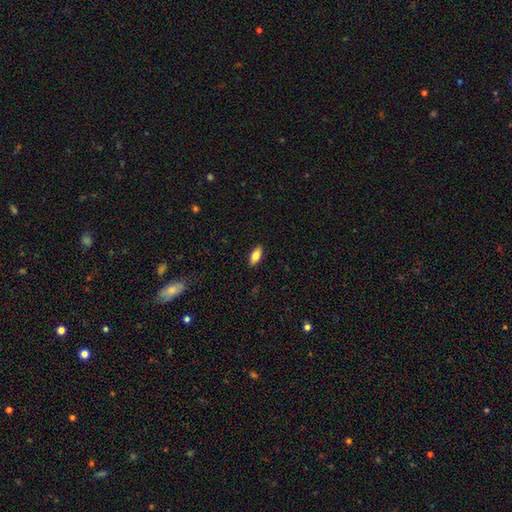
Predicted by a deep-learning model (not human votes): A smooth galaxy with no disk features (75%) that is in between round and cigar-shaped (86%).

Vote fractions:
- Smooth or featured? smooth: 75% / featured or disk: 18% / star or artifact: 7%
- How rounded? in between: 86% / cigar-shaped: 11% / round: 3%
- Merging? none: 89% / minor disturbance: 8% / major disturbance: 2% / merger: 1%